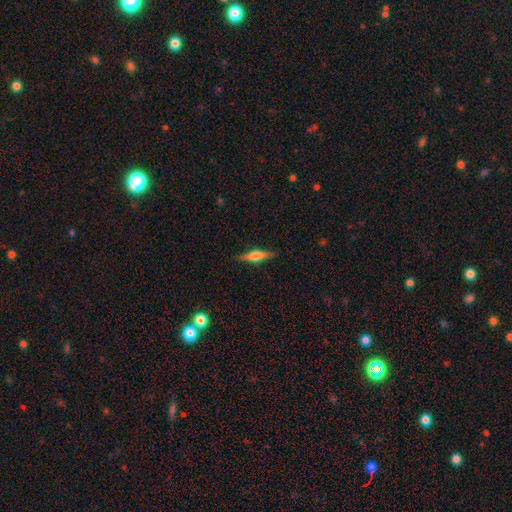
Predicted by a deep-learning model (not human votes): A featured or disk galaxy (58%) viewed edge-on (96%) with a rounded central bulge (83%). Merging: none (88%).